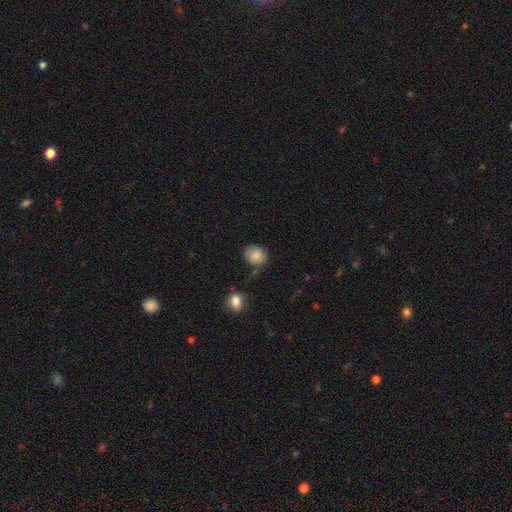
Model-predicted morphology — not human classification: Smooth or featured: smooth — 86% (star or artifact — 8%)
How rounded: round — 67% (in between — 32%)
Merging: none — 76% (minor disturbance — 16%)